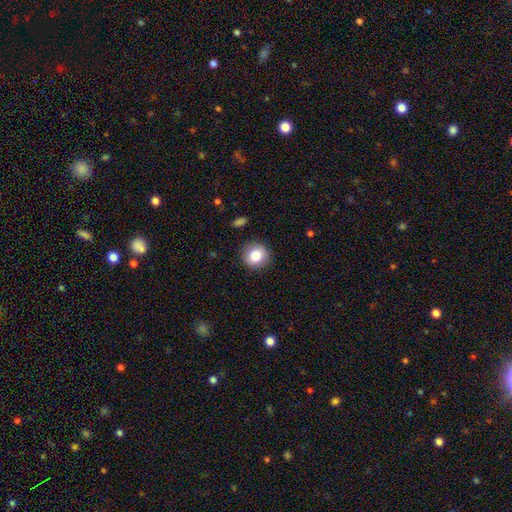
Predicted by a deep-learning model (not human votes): This appears to be a smooth galaxy with no disk features (82%) that is round (88%). Merging: none (89%).